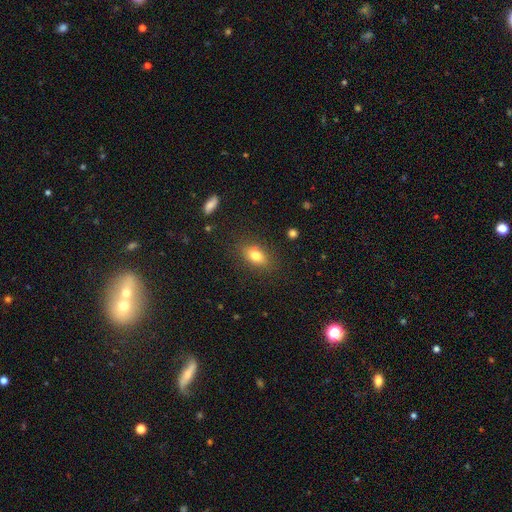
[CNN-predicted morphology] This appears to be a smooth galaxy with no disk features (78%) that is in between round and cigar-shaped (81%). Merging: none (83%).